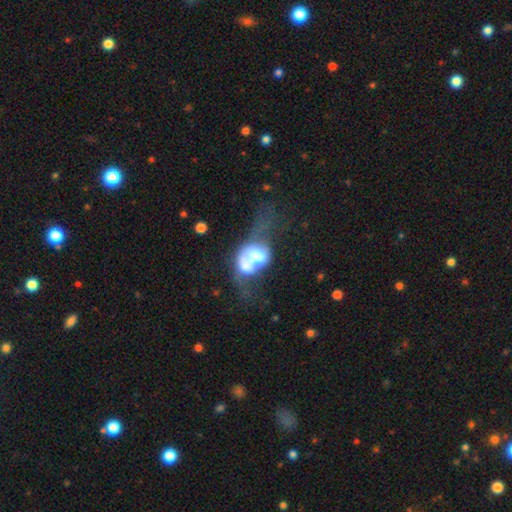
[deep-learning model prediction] The model was most divided on "smooth or featured": smooth: 48%, featured or disk: 43%, star or artifact: 10%. More confident: merging — merger (55%).